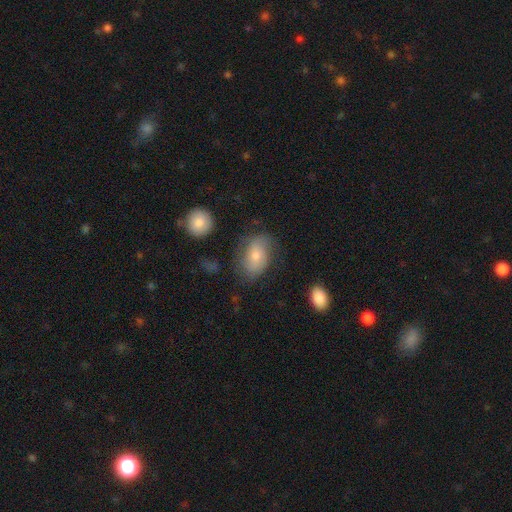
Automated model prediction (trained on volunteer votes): This appears to be a smooth galaxy with no disk features (59%) that is in between round and cigar-shaped (85%). Merging: none (63%).